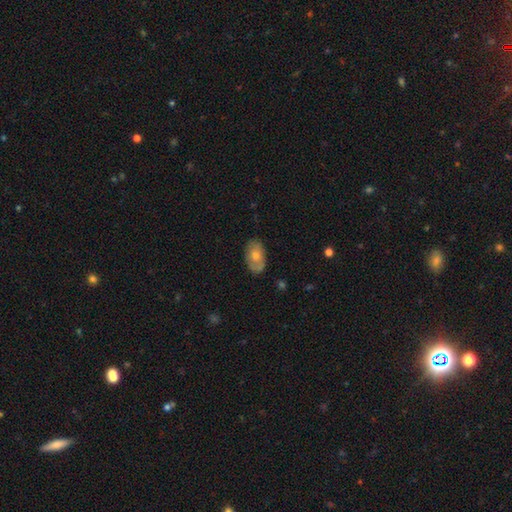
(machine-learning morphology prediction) smooth_or_featured: smooth (p=0.56) [alt: featured or disk p=0.36]
how_rounded: in between (p=0.90) [alt: round p=0.08]
merging: none (p=0.78) [alt: minor disturbance p=0.17]